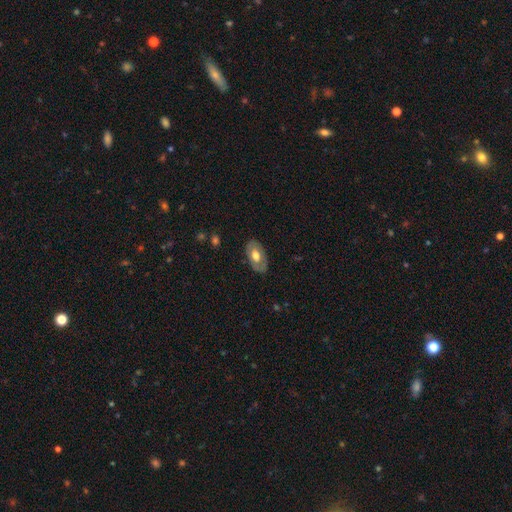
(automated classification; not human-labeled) Overall: smooth (49%; featured or disk 45%). Merging: none (80%).